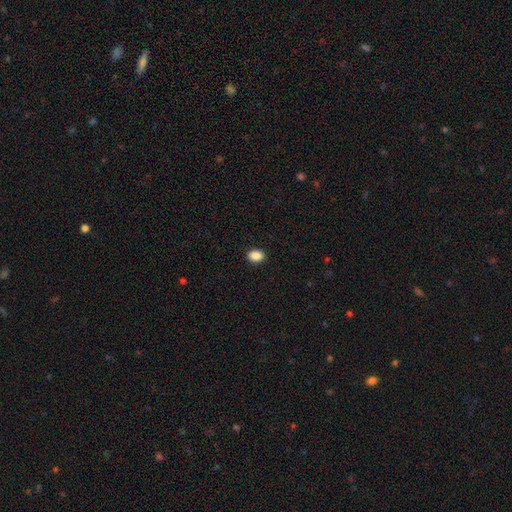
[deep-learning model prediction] Smooth or featured? smooth (89%)
How rounded? in between (74%)
Merging? none (91%)